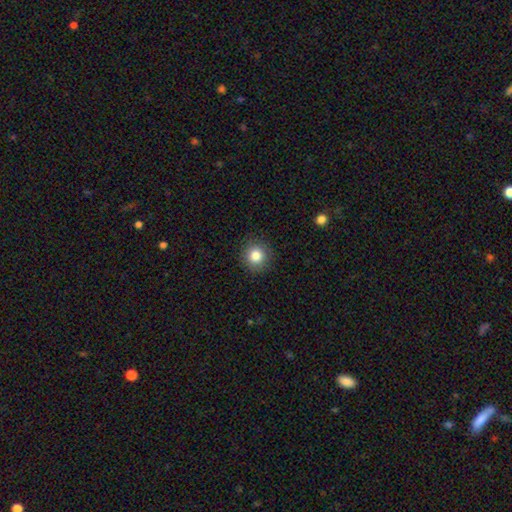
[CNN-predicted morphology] This is clearly a smooth galaxy (83%). How rounded: clearly round (93%). Merging: clearly none (90%).